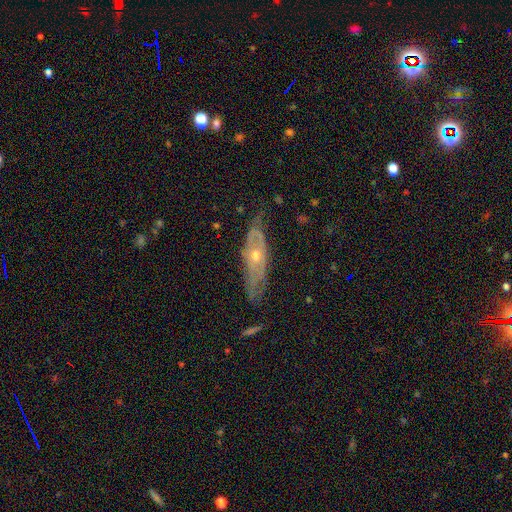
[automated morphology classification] featured or disk 73%, smooth 21%, star or artifact 6%. Down the decision tree: edge-on disk — no (73%); bar — no (81%); spiral arms — yes (67%); bulge size — moderate (54%); merging — none (57%).